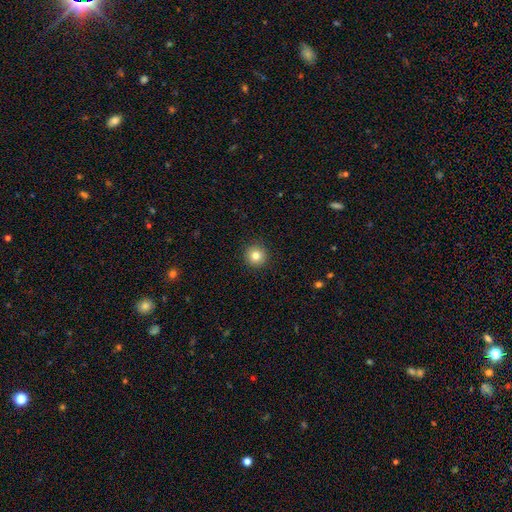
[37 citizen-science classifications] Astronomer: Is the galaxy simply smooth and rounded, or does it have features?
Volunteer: smooth — 81%.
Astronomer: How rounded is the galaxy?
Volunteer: round — 97%.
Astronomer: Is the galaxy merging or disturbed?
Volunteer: none — 97%.